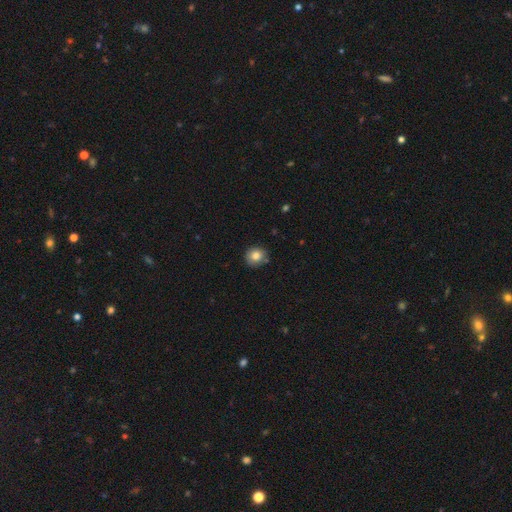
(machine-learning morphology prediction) Smooth or featured: smooth — 83% (star or artifact — 9%)
How rounded: round — 87% (in between — 12%)
Merging: none — 80% (minor disturbance — 15%)